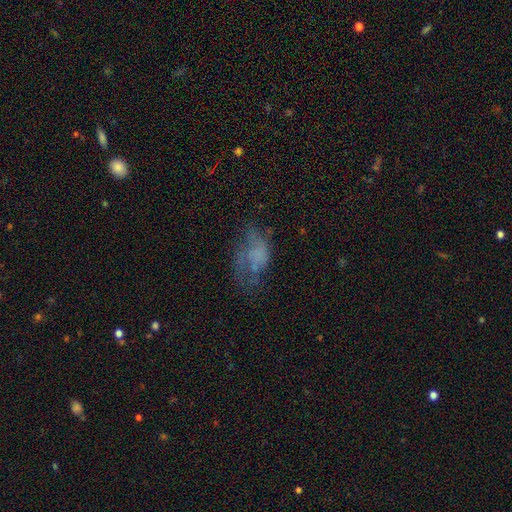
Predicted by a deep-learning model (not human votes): smooth_or_featured: smooth (p=0.44) [alt: featured or disk p=0.40]
merging: major disturbance (p=0.39) [alt: none p=0.33]